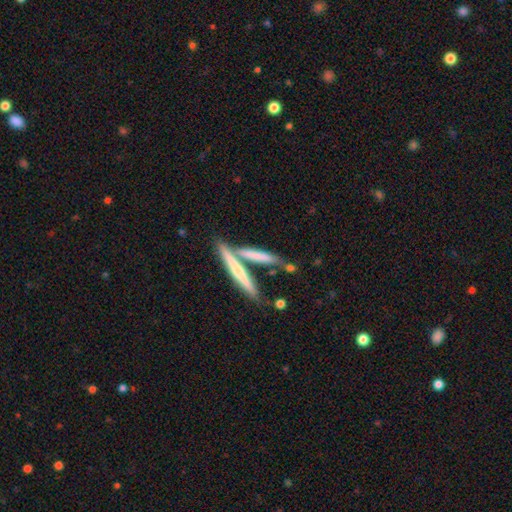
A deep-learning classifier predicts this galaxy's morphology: A smooth galaxy with no disk features (54%) that is cigar-shaped (89%). Merging: none (58%).